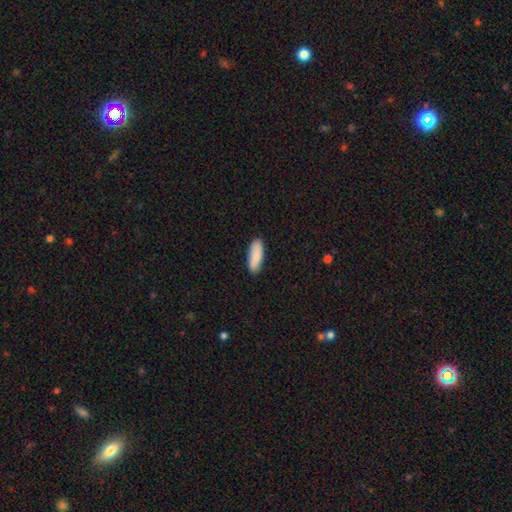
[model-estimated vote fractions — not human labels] Overall: smooth (89%). How rounded: in between (60%; cigar-shaped 38%). Merging: none (89%).